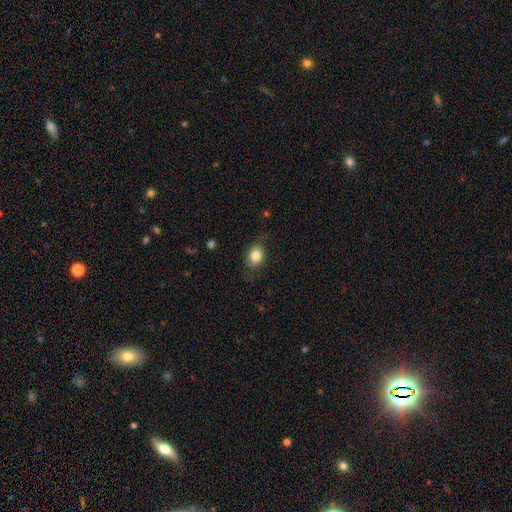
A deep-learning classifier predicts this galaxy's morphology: This appears to be a smooth galaxy with no disk features (81%) that is in between round and cigar-shaped (61%). Merging: none (71%).